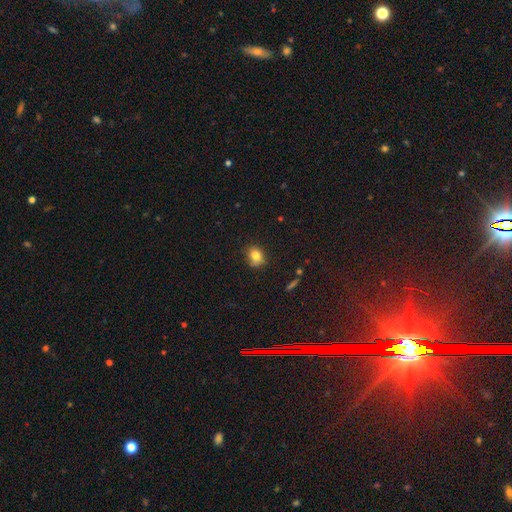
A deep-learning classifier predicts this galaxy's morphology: smooth_or_featured: smooth (p=0.80) [alt: star or artifact p=0.11]
how_rounded: round (p=0.62) [alt: in between p=0.37]
merging: none (p=0.72) [alt: minor disturbance p=0.21]